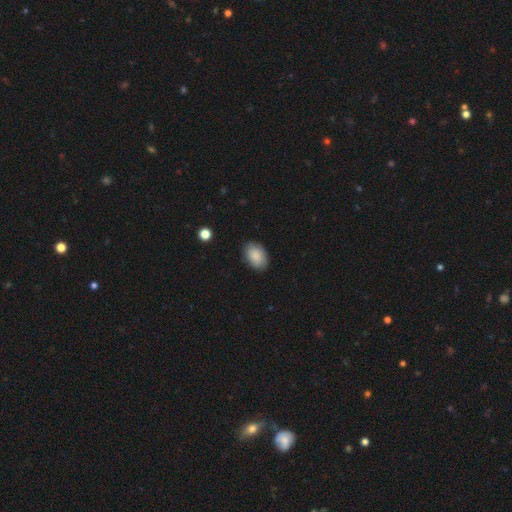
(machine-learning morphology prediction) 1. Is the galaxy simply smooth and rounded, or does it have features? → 88% smooth, 7% star or artifact, 6% featured or disk.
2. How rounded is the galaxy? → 88% in between, 11% round, 1% cigar-shaped.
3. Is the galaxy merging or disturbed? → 85% none, 12% minor disturbance, 2% major disturbance, 1% merger.